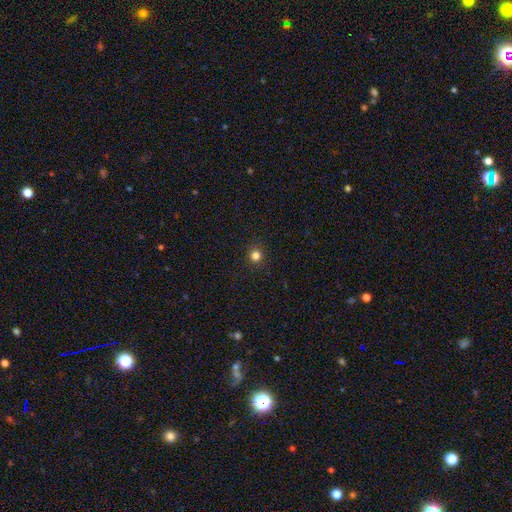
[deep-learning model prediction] smooth 81%, star or artifact 14%, featured or disk 4%. Down the decision tree: how rounded — round (95%); merging — none (92%).